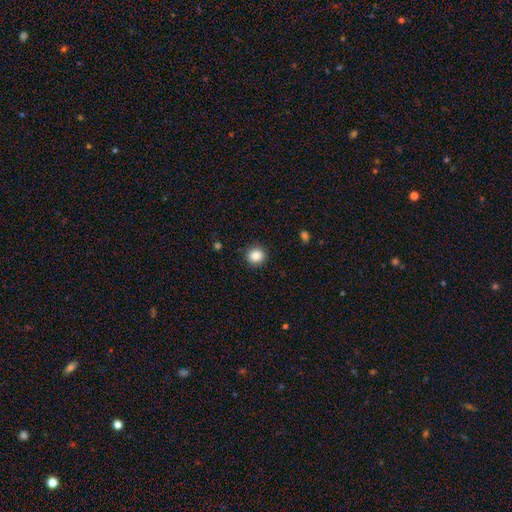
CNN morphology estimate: Smooth or featured?
  - smooth: 86% *
  - star or artifact: 10%
  - featured or disk: 4%
How rounded?
  - round: 89% *
  - in between: 10%
  - cigar-shaped: 1%
Merging?
  - none: 90% *
  - minor disturbance: 7%
  - major disturbance: 2%
  - merger: 1%